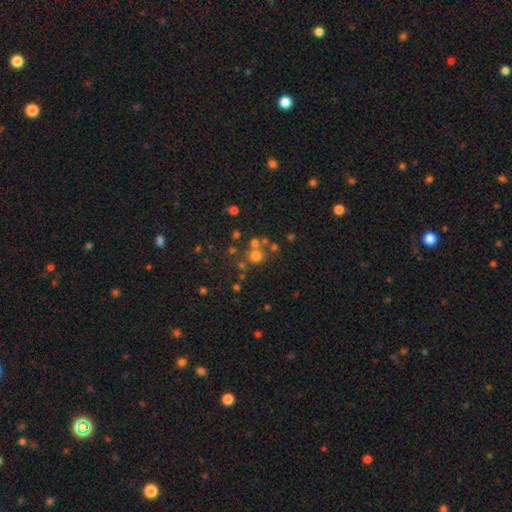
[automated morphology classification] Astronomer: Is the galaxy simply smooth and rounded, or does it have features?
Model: smooth — 65%.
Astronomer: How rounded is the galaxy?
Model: round — 89%.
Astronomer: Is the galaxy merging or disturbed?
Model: none — 64%.